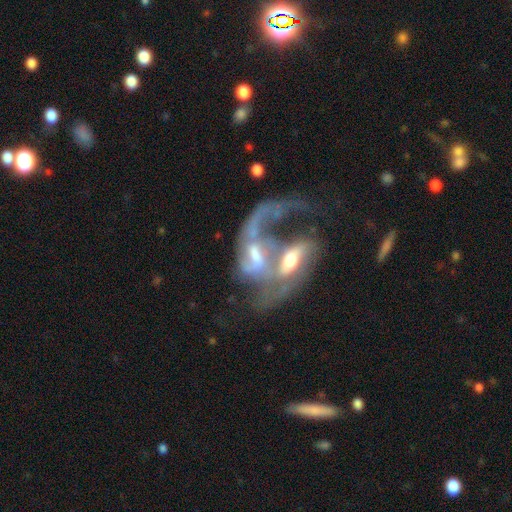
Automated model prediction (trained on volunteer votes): Overall: featured or disk (74%). Edge-on disk: no (93%). Bar: weak (37%, tied with no). Spiral arms: yes (71%). Bulge size: moderate (51%; small 22%). Merging: merger (73%).